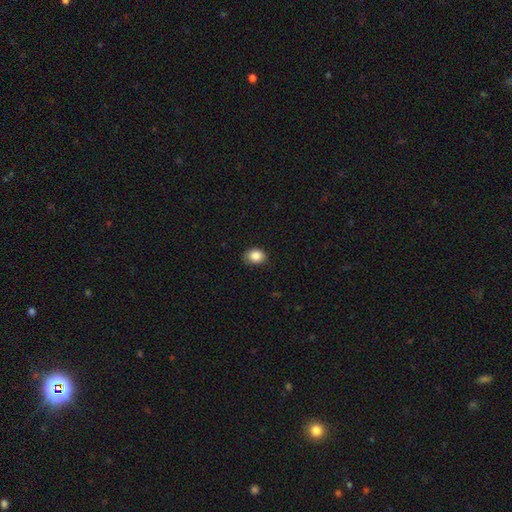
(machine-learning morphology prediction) The model was most divided on "how rounded": in between: 58%, round: 41%, cigar-shaped: 1%. More confident: smooth or featured — smooth (87%); merging — none (76%).